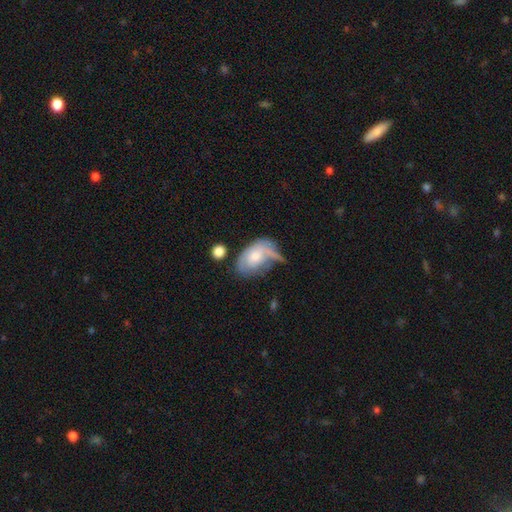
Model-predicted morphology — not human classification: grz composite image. It shows a smooth galaxy with no disk features (55%) that is in between round and cigar-shaped (89%). Merging: none (34%).